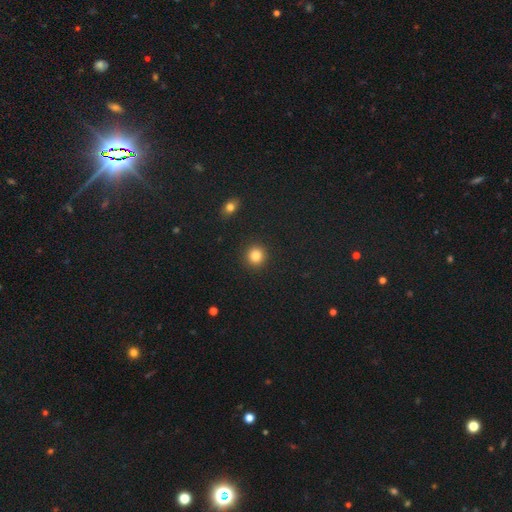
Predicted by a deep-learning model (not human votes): Smooth or featured: smooth — 84% (star or artifact — 11%)
How rounded: round — 91% (in between — 8%)
Merging: none — 92% (minor disturbance — 5%)